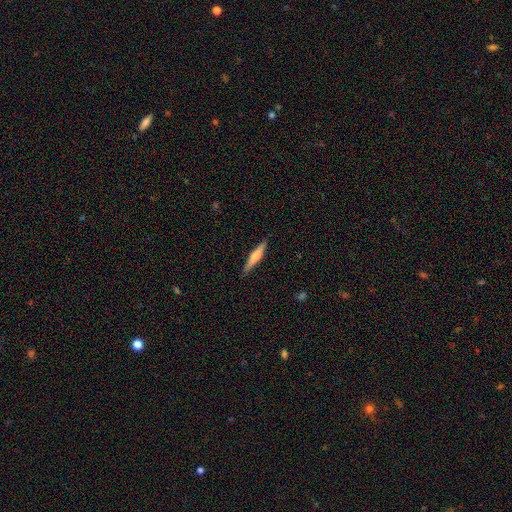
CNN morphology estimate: A featured or disk galaxy (51%) viewed edge-on (97%).

Vote fractions:
- Smooth or featured? featured or disk: 51% / smooth: 43% / star or artifact: 6%
- Edge-on disk? yes: 97% / no: 3%
- Merging? none: 90% / minor disturbance: 7% / major disturbance: 2% / merger: 1%